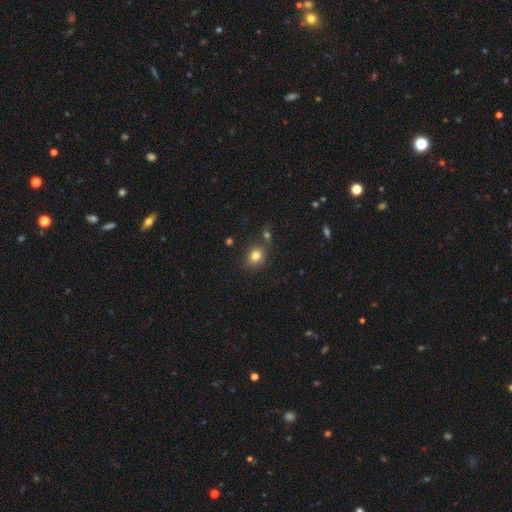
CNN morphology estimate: smooth 81%, star or artifact 12%, featured or disk 7%. Down the decision tree: how rounded — round (60%); merging — none (74%).